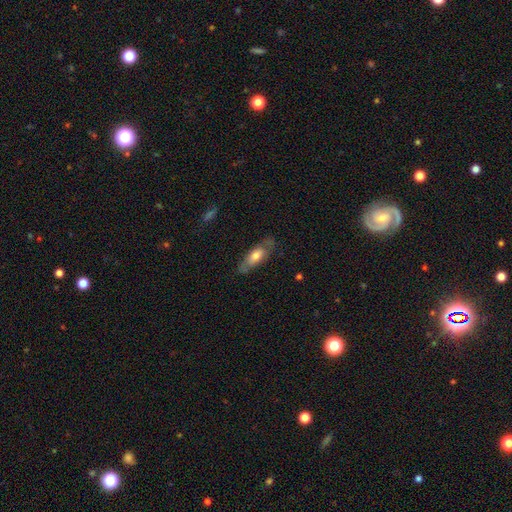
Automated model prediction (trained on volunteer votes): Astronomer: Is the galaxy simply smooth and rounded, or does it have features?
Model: smooth — 57% (runner-up: featured or disk, 36%).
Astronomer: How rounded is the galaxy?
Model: in between — 64%.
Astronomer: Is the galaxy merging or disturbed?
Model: none — 72%.